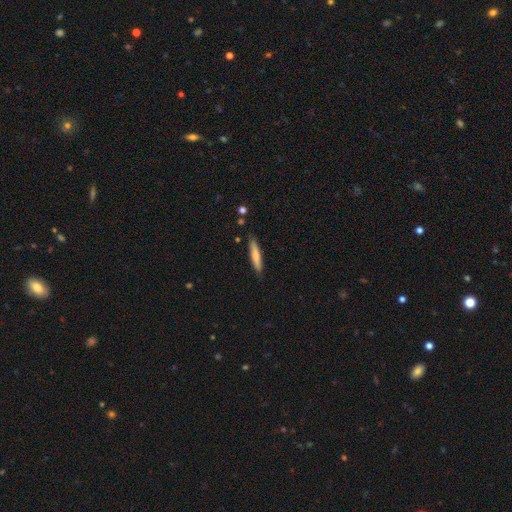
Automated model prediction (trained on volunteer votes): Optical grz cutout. It shows a smooth galaxy with no disk features (71%) that is cigar-shaped (90%). Merging: none (87%).